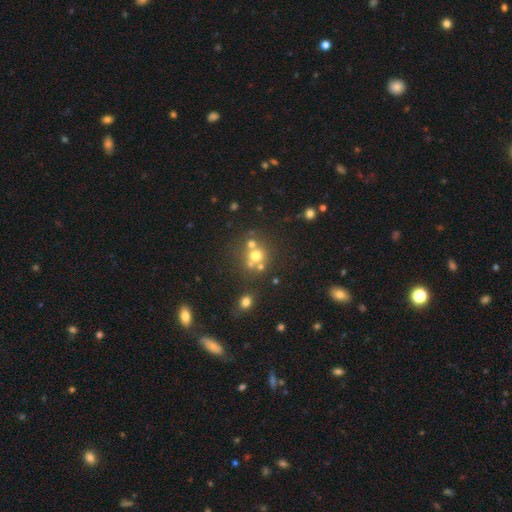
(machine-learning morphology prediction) smooth_or_featured: smooth (p=0.62) [alt: star or artifact p=0.21]
how_rounded: round (p=0.86) [alt: in between p=0.13]
merging: none (p=0.54) [alt: merger p=0.33]